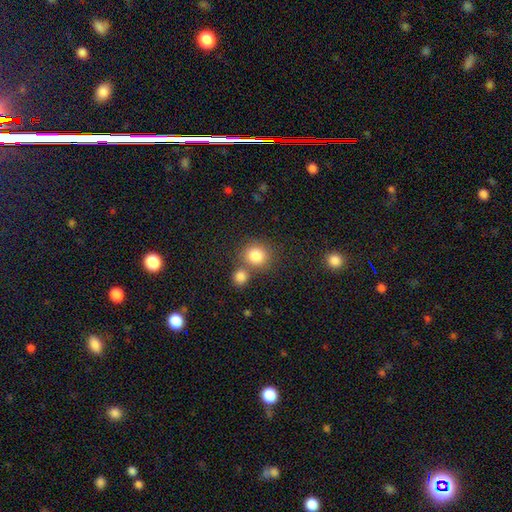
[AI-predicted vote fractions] smooth_or_featured: smooth (p=0.83) [alt: star or artifact p=0.10]
how_rounded: round (p=0.85) [alt: in between p=0.14]
merging: none (p=0.61) [alt: merger p=0.27]